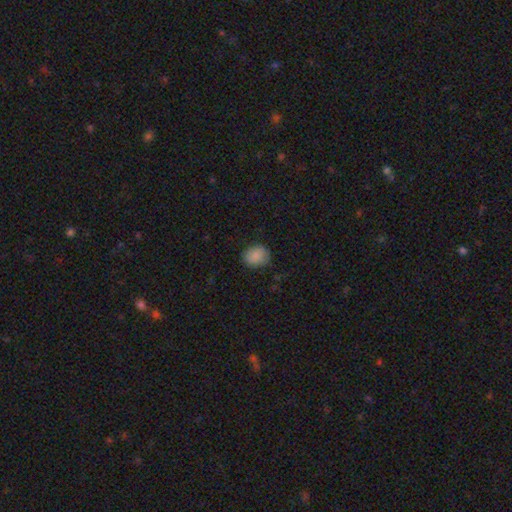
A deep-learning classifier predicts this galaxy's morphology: Smooth or featured? Predicted: smooth (p=0.87). How rounded? Predicted: round (p=0.63). Merging? Predicted: none (p=0.79).